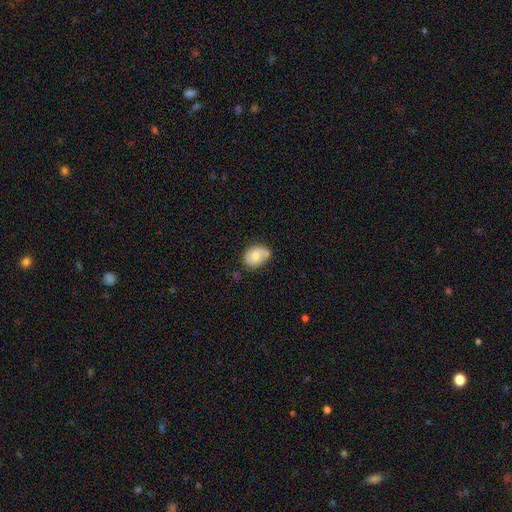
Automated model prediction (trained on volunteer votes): smooth_or_featured: smooth (p=0.55) [alt: featured or disk p=0.37]
how_rounded: in between (p=0.56) [alt: round p=0.43]
merging: none (p=0.60) [alt: minor disturbance p=0.27]